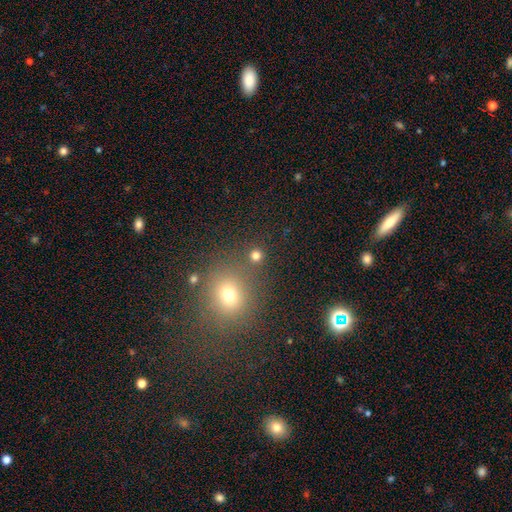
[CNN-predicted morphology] smooth_or_featured: smooth (p=0.76) [alt: star or artifact p=0.18]
how_rounded: round (p=0.91) [alt: in between p=0.08]
merging: none (p=0.79) [alt: merger p=0.11]